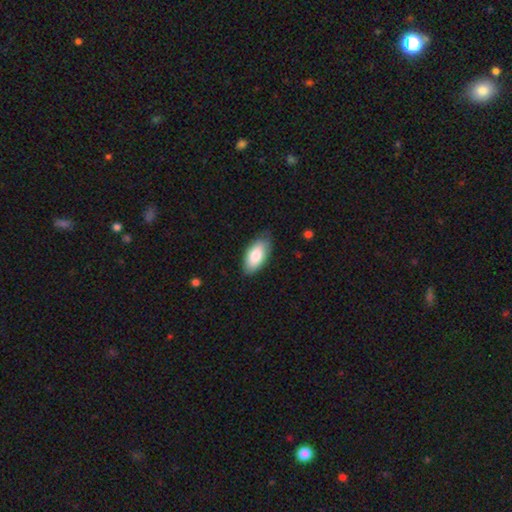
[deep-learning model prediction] A smooth galaxy with no disk features (82%) that is in between round and cigar-shaped (92%).

Vote fractions:
- Smooth or featured? smooth: 82% / featured or disk: 13% / star or artifact: 6%
- How rounded? in between: 92% / cigar-shaped: 6% / round: 2%
- Merging? none: 79% / minor disturbance: 17% / major disturbance: 3% / merger: 1%